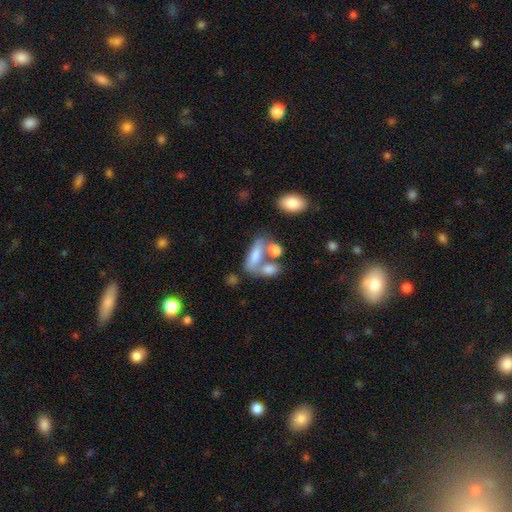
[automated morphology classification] Smooth or featured? smooth (70%)
How rounded? in between (77%)
Merging? merger (48%)